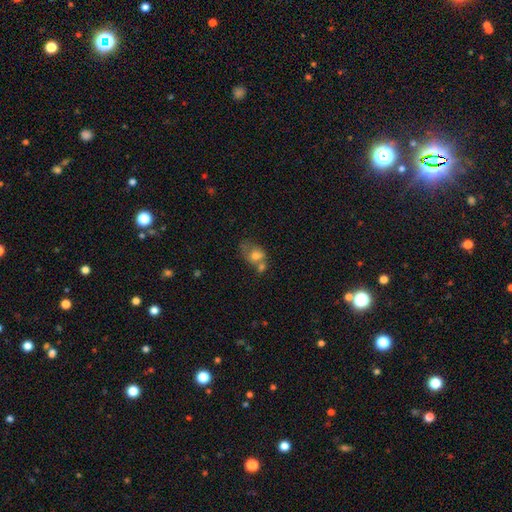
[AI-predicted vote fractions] Smooth or featured? smooth (68%)
How rounded? in between (64%)
Merging? merger (50%)